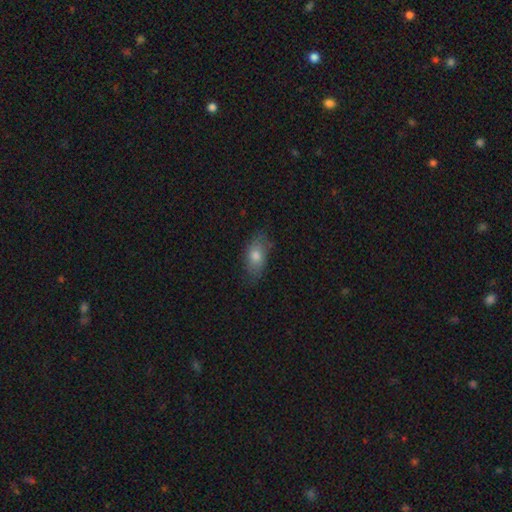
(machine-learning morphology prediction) A smooth galaxy with no disk features (73%) that is in between round and cigar-shaped (85%).

Vote fractions:
- Smooth or featured? smooth: 73% / featured or disk: 18% / star or artifact: 9%
- How rounded? in between: 85% / round: 7% / cigar-shaped: 7%
- Merging? none: 74% / minor disturbance: 20% / major disturbance: 4% / merger: 1%